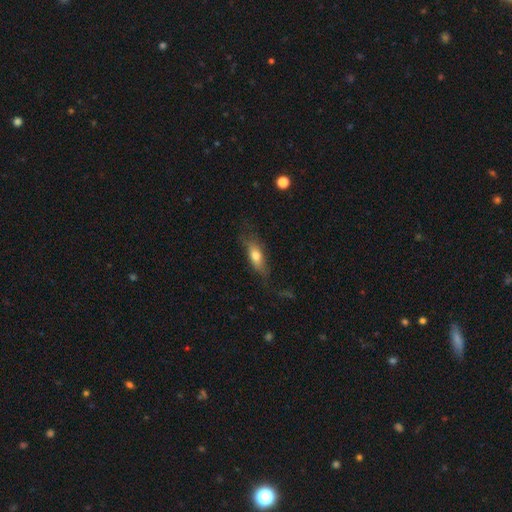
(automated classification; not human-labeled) Smooth or featured? smooth (65%)
How rounded? in between (62%)
Merging? none (63%)